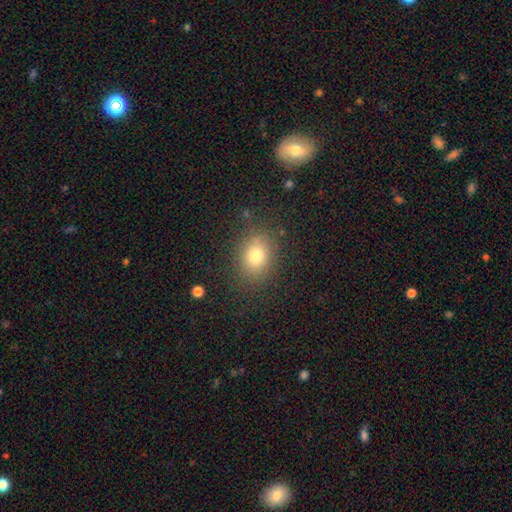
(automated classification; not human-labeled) smooth_or_featured: smooth (p=0.79) [alt: star or artifact p=0.12]
how_rounded: in between (p=0.57) [alt: round p=0.42]
merging: none (p=0.82) [alt: minor disturbance p=0.12]